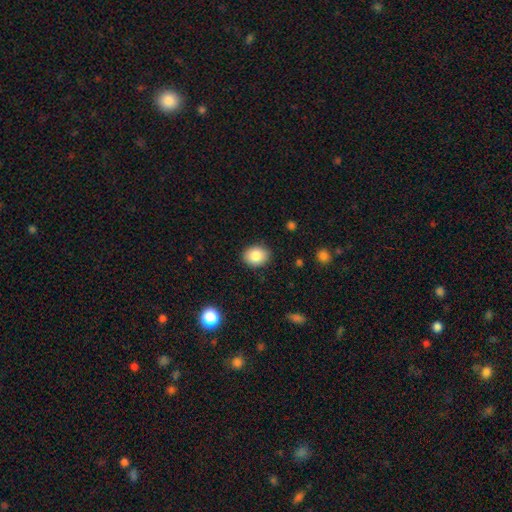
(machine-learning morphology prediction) This is clearly a smooth galaxy (84%). How rounded: possibly round (50%, tied with in between). Merging: clearly none (88%).